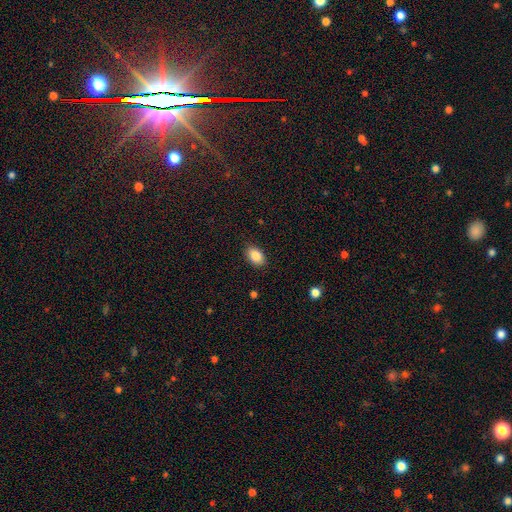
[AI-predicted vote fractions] This is clearly a smooth galaxy (86%). How rounded: clearly in between (85%). Merging: clearly none (87%).